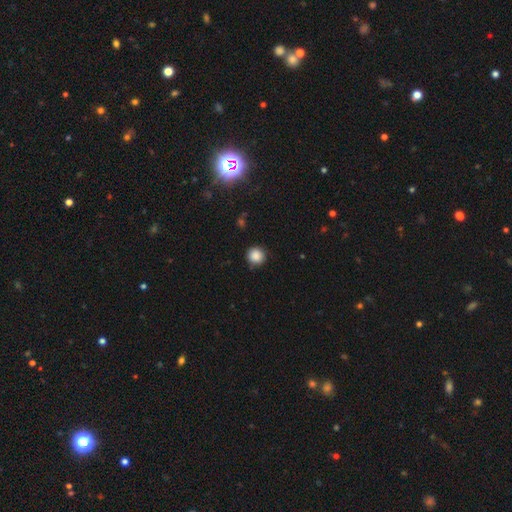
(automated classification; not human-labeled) This appears to be a smooth galaxy with no disk features (86%) that is round (94%). Merging: none (87%).